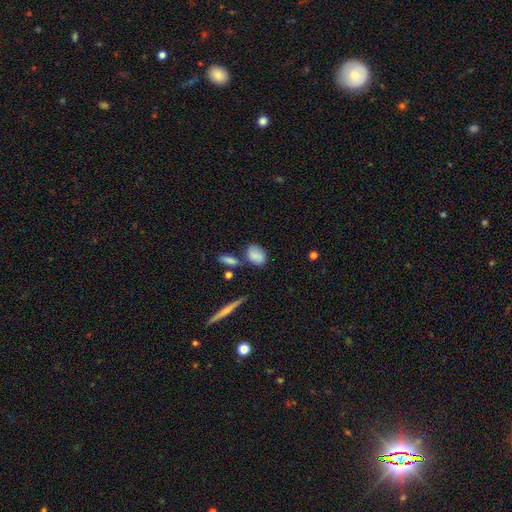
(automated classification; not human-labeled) Overall: smooth (80%). How rounded: in between (77%). Merging: none (58%; minor disturbance 20%).